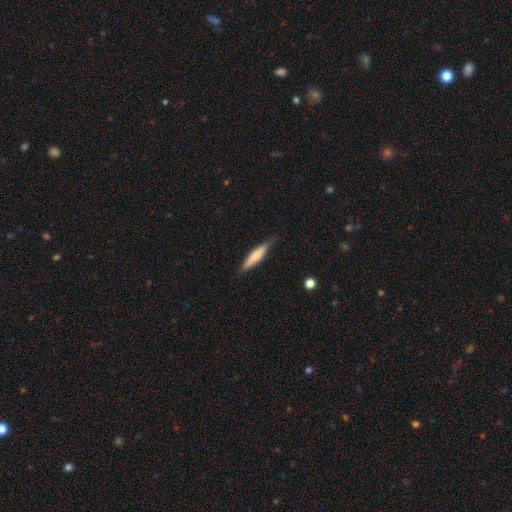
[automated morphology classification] Smooth or featured?
  - smooth: 65% *
  - featured or disk: 29%
  - star or artifact: 6%
How rounded?
  - cigar-shaped: 84% *
  - in between: 15%
  - round: 1%
Merging?
  - none: 79% *
  - minor disturbance: 16%
  - major disturbance: 3%
  - merger: 1%